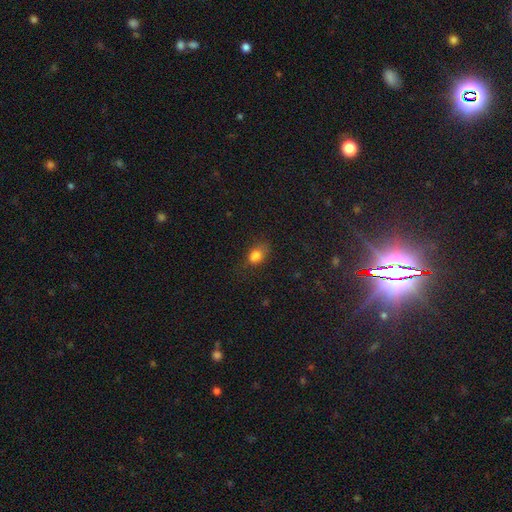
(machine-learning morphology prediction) Q: Smooth or featured?
A: smooth (81%); runner-up: star or artifact (12%)
Q: How rounded?
A: in between (75%); runner-up: round (23%)
Q: Merging?
A: none (56%); runner-up: minor disturbance (28%)